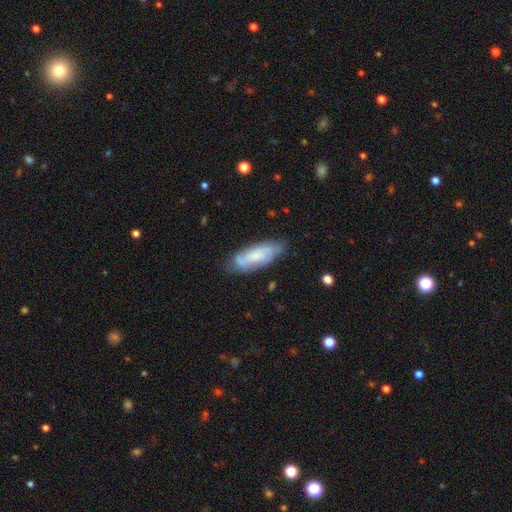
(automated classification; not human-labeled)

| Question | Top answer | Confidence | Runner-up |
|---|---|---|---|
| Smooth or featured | smooth | 48% | featured or disk (45%) |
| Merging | none | 69% | minor disturbance (23%) |